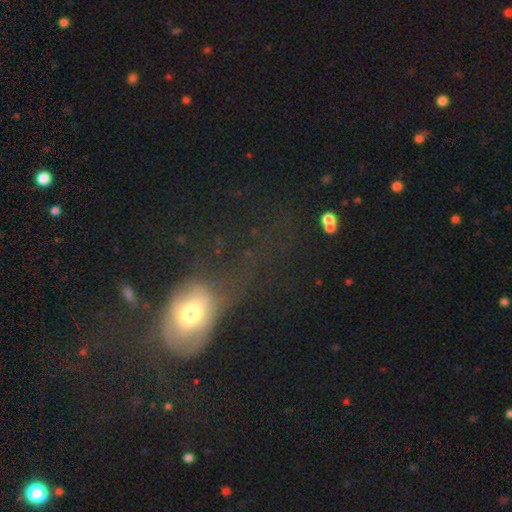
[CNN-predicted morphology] Smooth or featured? smooth (49%)
Merging? major disturbance (50%)